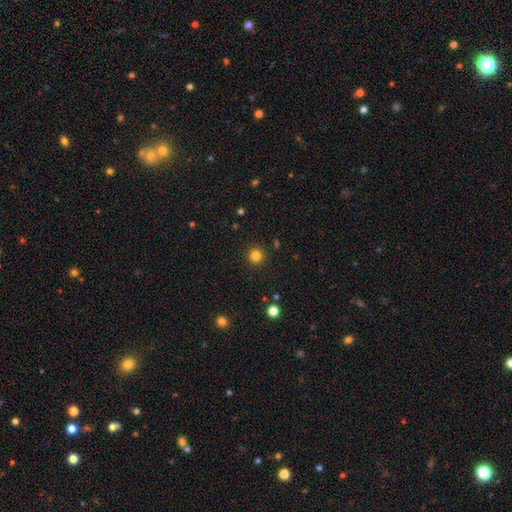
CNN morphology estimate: smooth-or-featured: smooth: 82% | star or artifact: 14% | featured or disk: 4%
  how-rounded: round: 95% | in between: 4% | cigar-shaped: 1%
  merging: none: 92% | minor disturbance: 5% | major disturbance: 2% | merger: 1%